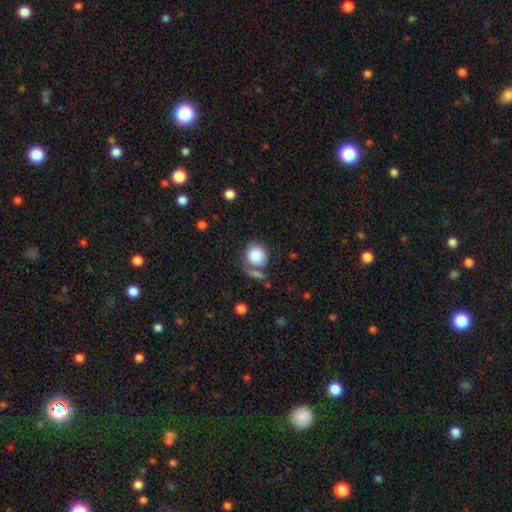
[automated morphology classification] Overall: smooth (86%). How rounded: round (83%). Merging: none (61%).